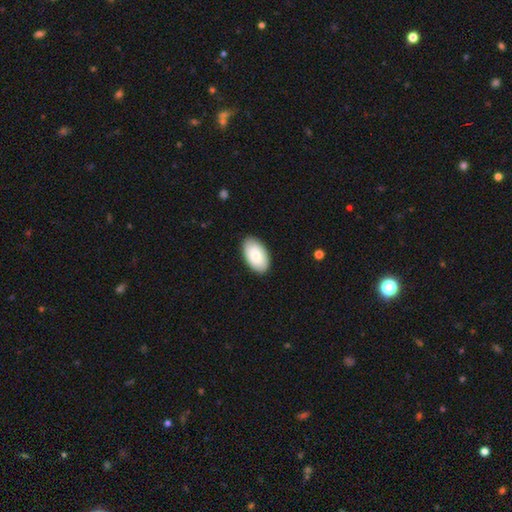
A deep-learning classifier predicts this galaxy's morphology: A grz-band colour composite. It shows a smooth galaxy with no disk features (80%) that is in between round and cigar-shaped (95%). Merging: none (88%).